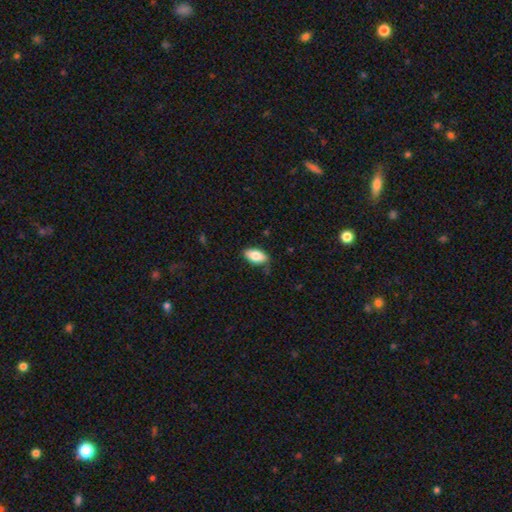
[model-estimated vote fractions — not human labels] Morphology: type=smooth (81%); roundness=in between (91%); merging=none (76%).